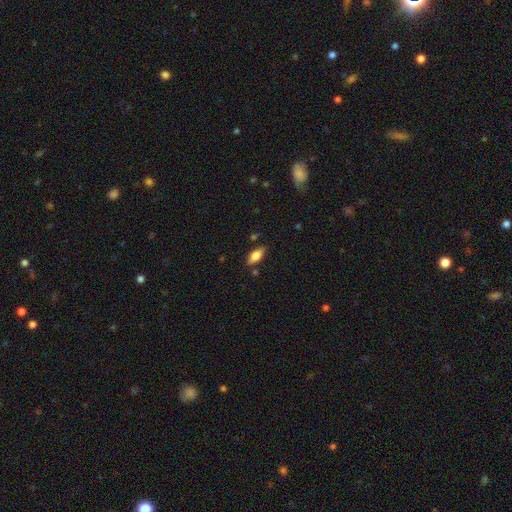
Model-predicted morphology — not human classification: Q: Smooth or featured?
A: smooth (66%); runner-up: featured or disk (26%)
Q: How rounded?
A: in between (80%); runner-up: cigar-shaped (17%)
Q: Merging?
A: none (80%); runner-up: minor disturbance (14%)